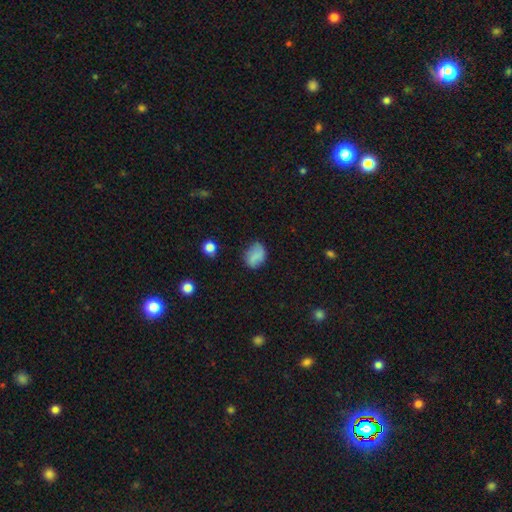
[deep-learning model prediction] A smooth galaxy with no disk features (73%) that is in between round and cigar-shaped (65%). Merging: none (70%).